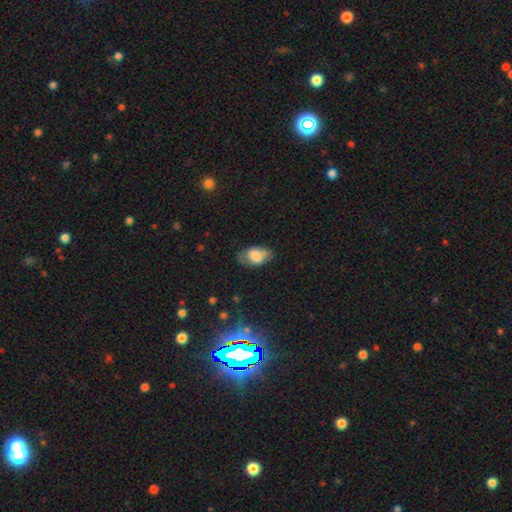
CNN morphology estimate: A smooth galaxy with no disk features (67%) that is in between round and cigar-shaped (87%).

Vote fractions:
- Smooth or featured? smooth: 67% / featured or disk: 24% / star or artifact: 9%
- How rounded? in between: 87% / round: 12% / cigar-shaped: 2%
- Merging? none: 57% / minor disturbance: 29% / major disturbance: 10% / merger: 5%